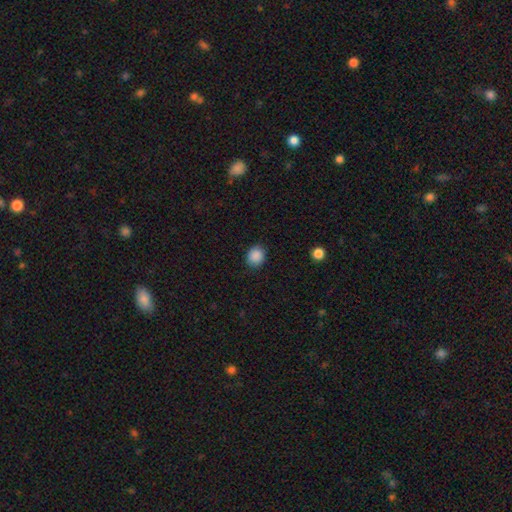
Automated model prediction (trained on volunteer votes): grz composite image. It shows a smooth galaxy with no disk features (88%) that is round (65%). Merging: none (87%).